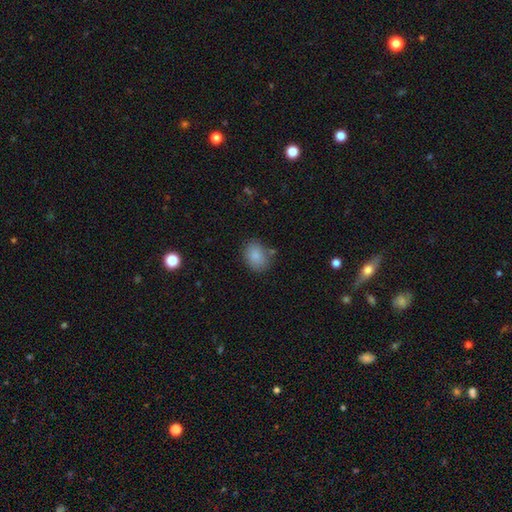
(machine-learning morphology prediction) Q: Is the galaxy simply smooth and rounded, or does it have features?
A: smooth — 87%.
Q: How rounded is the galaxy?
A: in between — 66%.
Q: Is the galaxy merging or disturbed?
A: none — 76%.